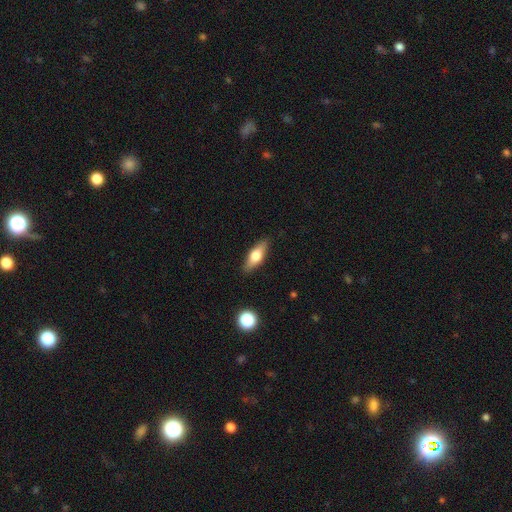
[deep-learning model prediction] A smooth galaxy with no disk features (57%) that is in between round and cigar-shaped (61%). Merging: none (87%).